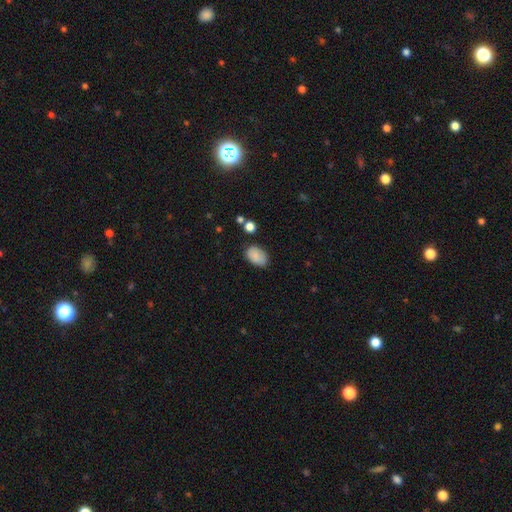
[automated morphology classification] Smooth or featured? Predicted: smooth (p=0.86). How rounded? Predicted: in between (p=0.90). Merging? Predicted: none (p=0.78).